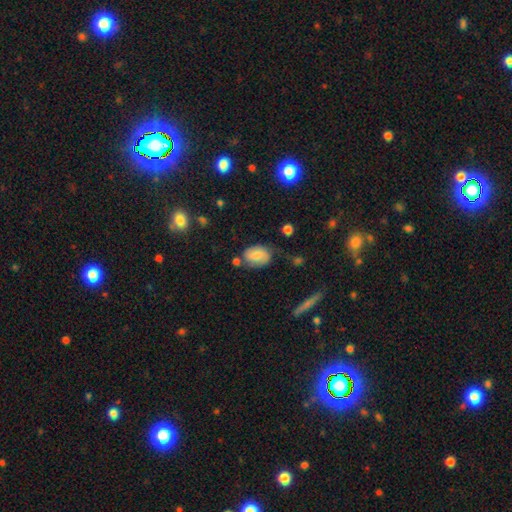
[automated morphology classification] A smooth galaxy with no disk features (60%) that is in between round and cigar-shaped (75%).

Vote fractions:
- Smooth or featured? smooth: 60% / featured or disk: 31% / star or artifact: 9%
- How rounded? in between: 75% / round: 23% / cigar-shaped: 1%
- Merging? none: 57% / minor disturbance: 26% / major disturbance: 9% / merger: 8%